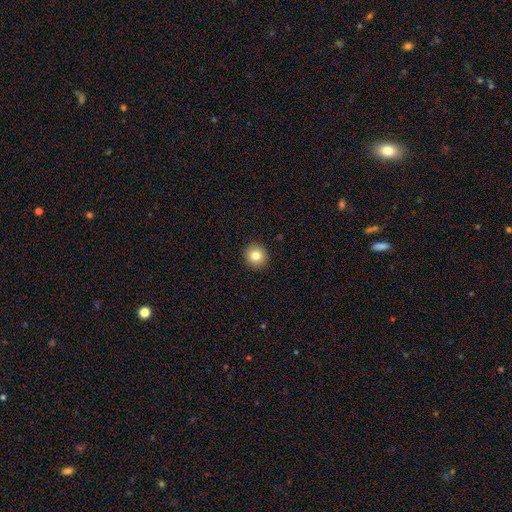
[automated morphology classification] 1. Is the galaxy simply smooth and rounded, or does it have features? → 81% smooth, 10% star or artifact, 8% featured or disk.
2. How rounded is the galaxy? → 91% round, 8% in between, 1% cigar-shaped.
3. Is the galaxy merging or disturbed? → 92% none, 5% minor disturbance, 2% major disturbance, 1% merger.